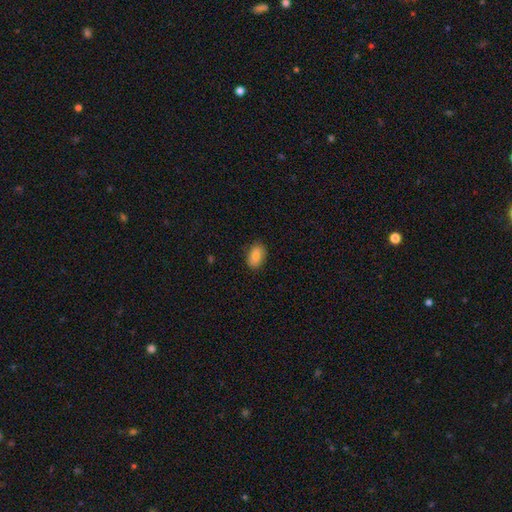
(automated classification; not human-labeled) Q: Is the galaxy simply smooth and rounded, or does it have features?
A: smooth — 84%.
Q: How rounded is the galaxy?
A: in between — 87%.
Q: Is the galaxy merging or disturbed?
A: none — 84%.